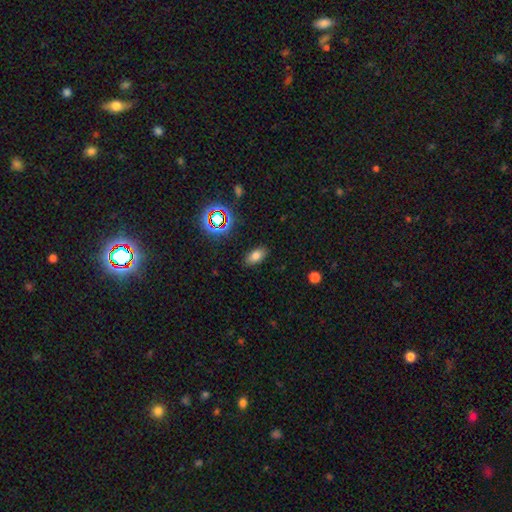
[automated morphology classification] type=smooth (74%); roundness=in between (90%); merging=none (86%).